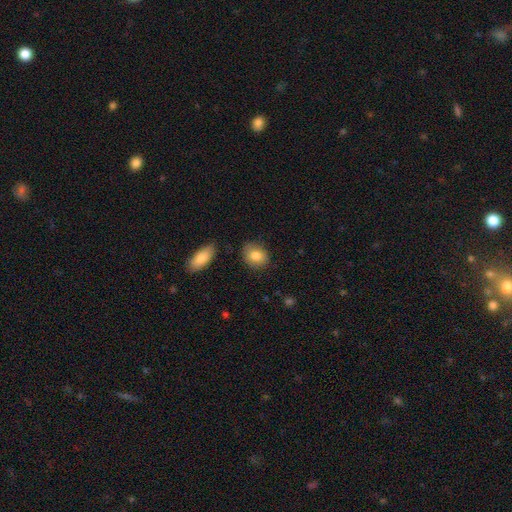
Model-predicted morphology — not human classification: Smooth or featured? Predicted: smooth (p=0.83). How rounded? Predicted: round (p=0.60). Merging? Predicted: none (p=0.82).